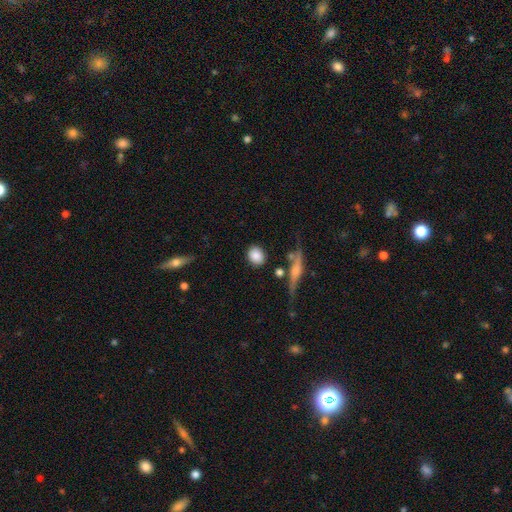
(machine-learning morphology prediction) Smooth or featured? Predicted: smooth (p=0.83). How rounded? Predicted: round (p=0.60). Merging? Predicted: none (p=0.80).